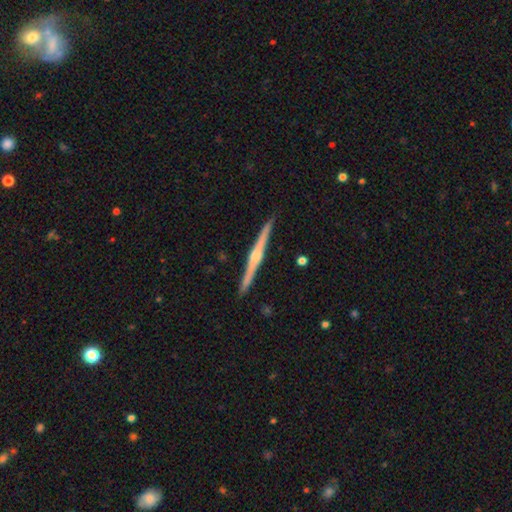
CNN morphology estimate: type=featured or disk (83%); edge-on=yes (99%); edge-on bulge=rounded (82%); merging=none (92%).